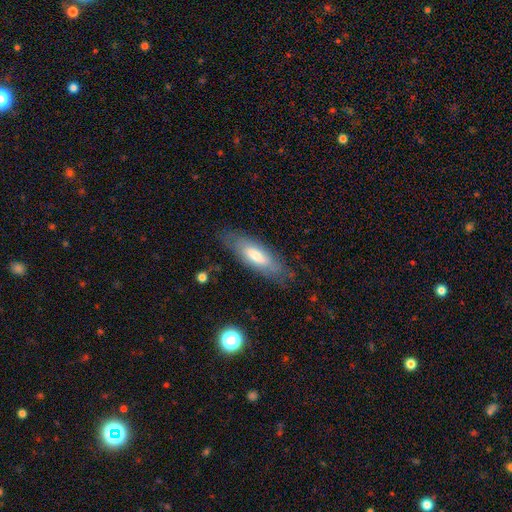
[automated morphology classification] Q: Smooth or featured?
A: smooth (62%); runner-up: featured or disk (31%)
Q: How rounded?
A: in between (58%); runner-up: cigar-shaped (41%)
Q: Merging?
A: none (78%); runner-up: minor disturbance (15%)